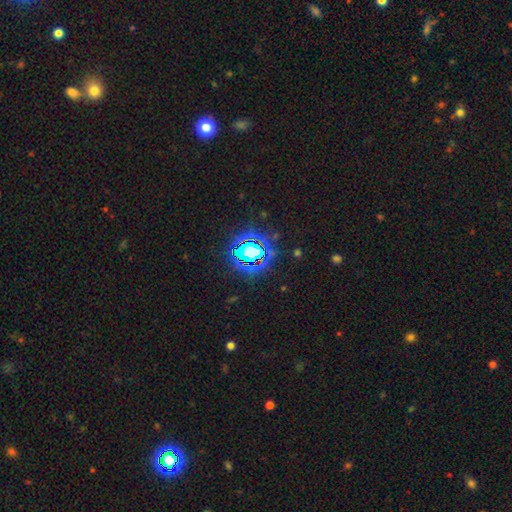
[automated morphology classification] Smooth or featured? Predicted: star or artifact (p=0.77).